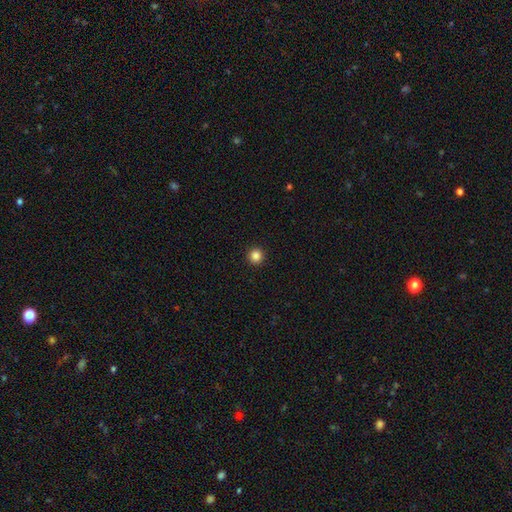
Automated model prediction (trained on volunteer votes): Q: Smooth or featured?
A: smooth (85%); runner-up: star or artifact (12%)
Q: How rounded?
A: round (96%); runner-up: in between (3%)
Q: Merging?
A: none (94%); runner-up: minor disturbance (4%)